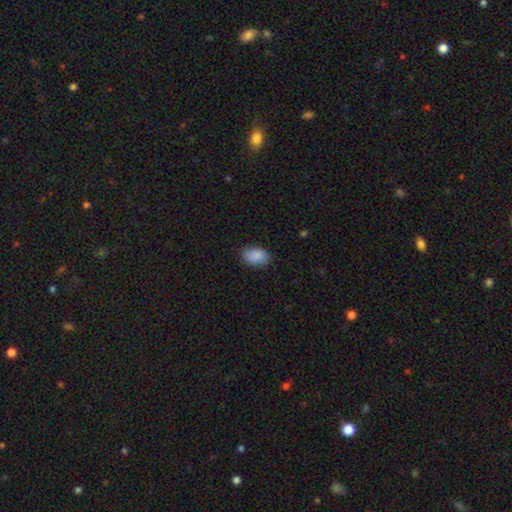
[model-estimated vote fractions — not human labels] This appears to be a smooth galaxy with no disk features (90%) that is in between round and cigar-shaped (90%). Merging: none (82%).